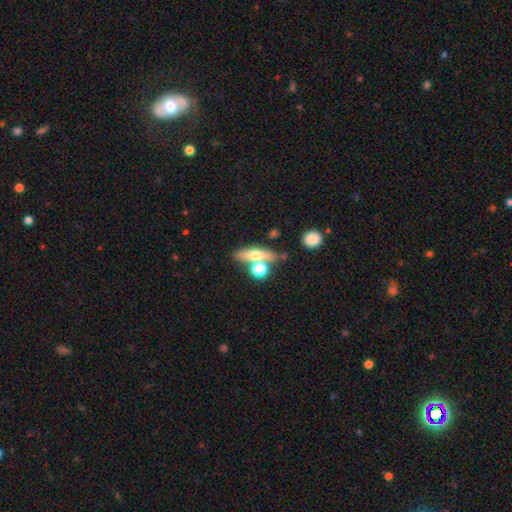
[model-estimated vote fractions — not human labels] smooth 55%, featured or disk 35%, star or artifact 10%. Down the decision tree: how rounded — cigar-shaped (44%); merging — none (59%).